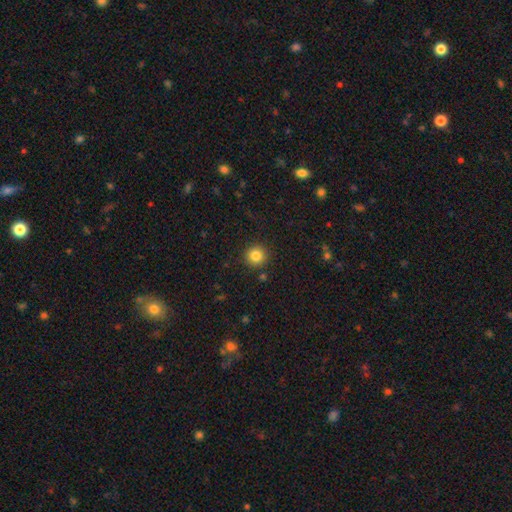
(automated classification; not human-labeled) This appears to be a smooth galaxy with no disk features (84%) that is round (94%). Merging: none (90%).